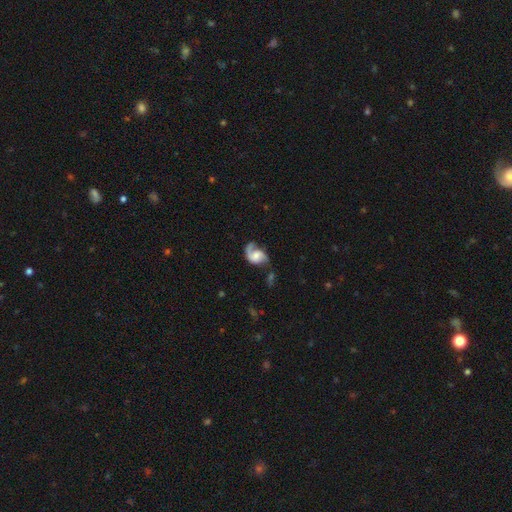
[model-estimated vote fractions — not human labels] A featured or disk galaxy (76%) with no bar (57%), 2 (60%) loose (42%) spiral arms (94%) and a moderate central bulge (41%).

Vote fractions:
- Smooth or featured? featured or disk: 76% / smooth: 18% / star or artifact: 6%
- Edge-on disk? no: 98% / yes: 2%
- Bar? no: 57% / weak: 34% / strong: 8%
- Spiral arms? yes: 94% / no: 6%
- Spiral winding? loose: 42% / medium: 41% / tight: 17%
- Spiral arm count? 2: 60% / 1: 34% / can't tell: 4% / 3: 1% / 4: 1% / more than 4: 1%
- Bulge size? moderate: 41% / small: 29% / large: 15% / none: 13% / dominant: 2%
- Merging? none: 45% / minor disturbance: 24% / major disturbance: 24% / merger: 7%